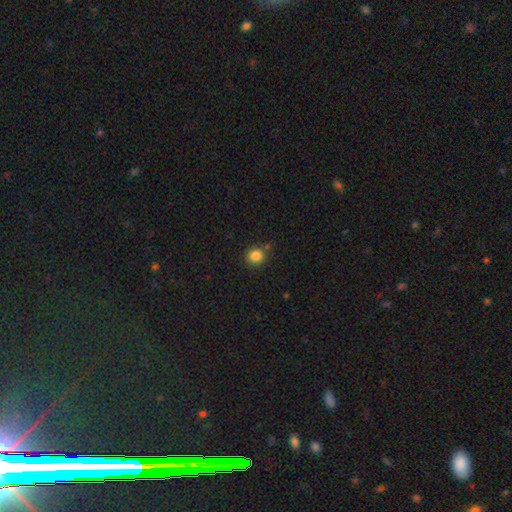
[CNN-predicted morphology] Q: Smooth or featured?
A: smooth (85%); runner-up: star or artifact (11%)
Q: How rounded?
A: round (88%); runner-up: in between (11%)
Q: Merging?
A: none (81%); runner-up: minor disturbance (11%)